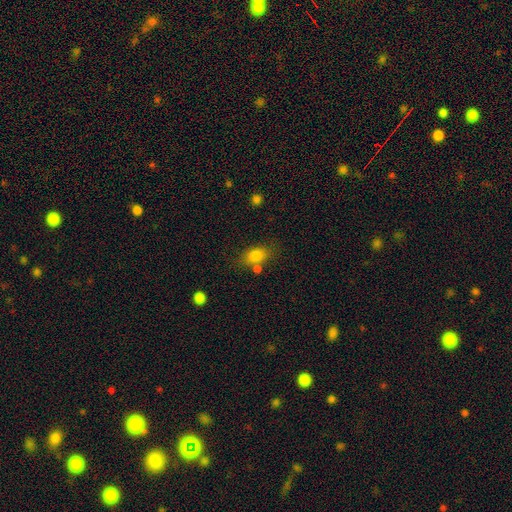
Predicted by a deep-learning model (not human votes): A smooth galaxy with no disk features (80%) that is in between round and cigar-shaped (76%). Merging: none (64%).